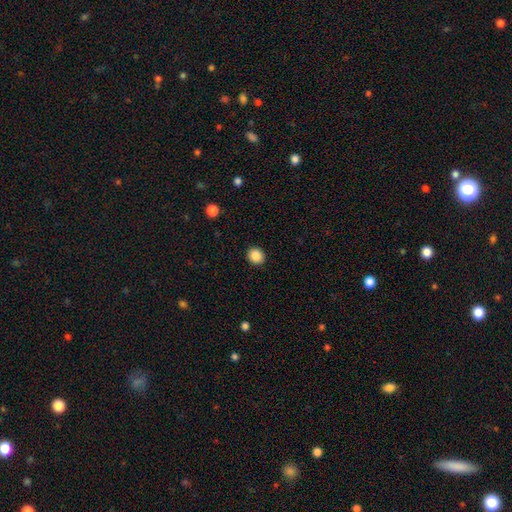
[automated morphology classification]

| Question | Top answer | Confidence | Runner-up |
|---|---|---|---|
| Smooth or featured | smooth | 88% | star or artifact (9%) |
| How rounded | round | 79% | in between (20%) |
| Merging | none | 91% | minor disturbance (6%) |